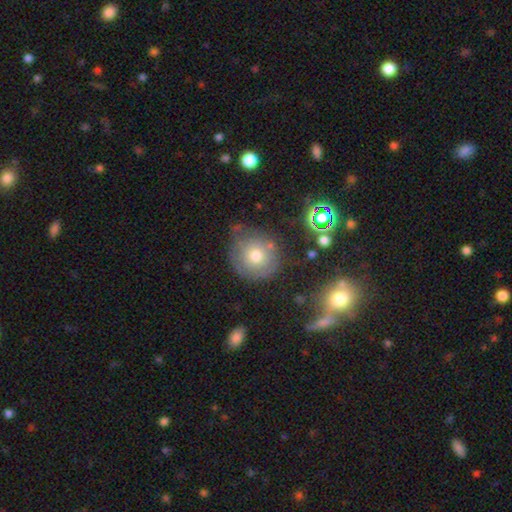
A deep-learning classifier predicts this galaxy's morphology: Overall: smooth (63%; featured or disk 26%). How rounded: round (91%). Merging: none (64%).